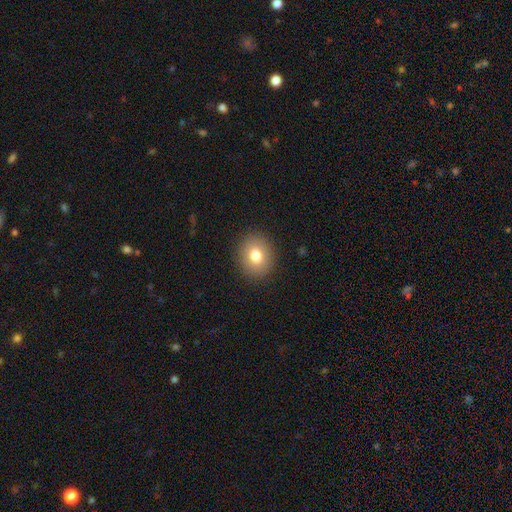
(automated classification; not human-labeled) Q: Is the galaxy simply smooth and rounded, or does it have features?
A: smooth — 79%.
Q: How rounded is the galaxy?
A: round — 66%.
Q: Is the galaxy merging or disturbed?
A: none — 90%.